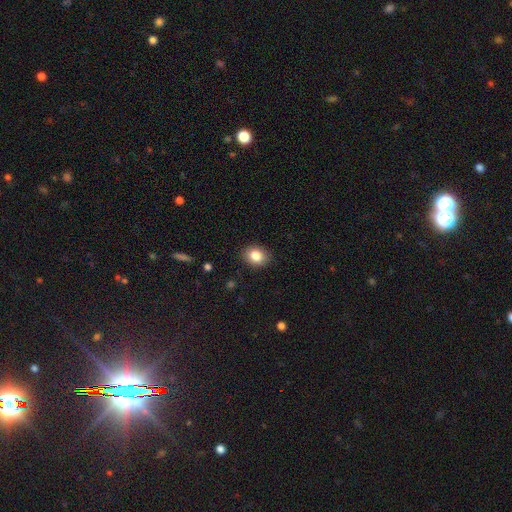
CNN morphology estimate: Q: Smooth or featured?
A: smooth (85%); runner-up: star or artifact (9%)
Q: How rounded?
A: in between (58%); runner-up: round (41%)
Q: Merging?
A: none (88%); runner-up: minor disturbance (8%)